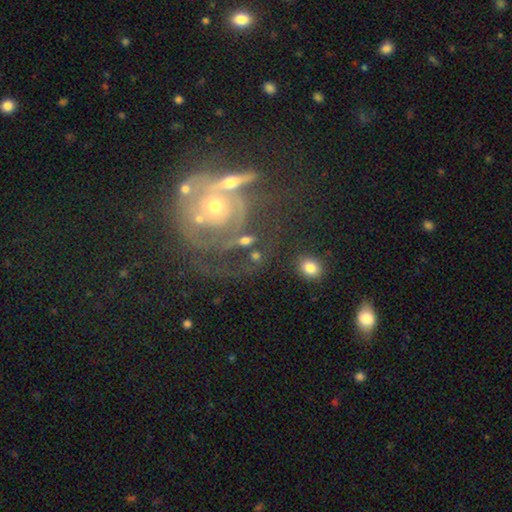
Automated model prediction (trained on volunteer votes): featured or disk 56%, smooth 33%, star or artifact 11%. Down the decision tree: edge-on disk — no (93%); bar — no (79%); spiral arms — yes (63%); bulge size — moderate (50%); merging — none (48%).